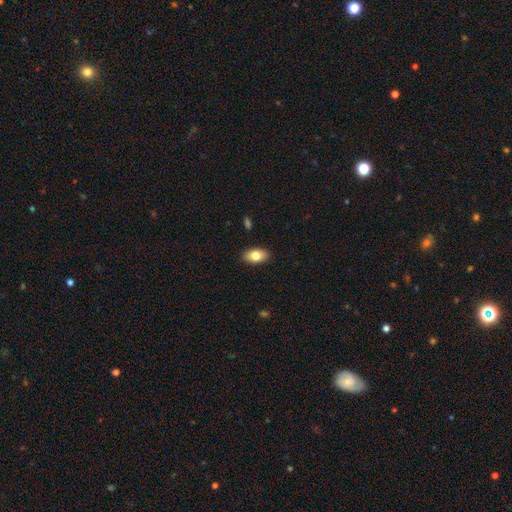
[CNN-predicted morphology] smooth-or-featured: smooth: 80% | featured or disk: 13% | star or artifact: 7%
  how-rounded: in between: 92% | round: 6% | cigar-shaped: 2%
  merging: none: 89% | minor disturbance: 8% | major disturbance: 2% | merger: 1%